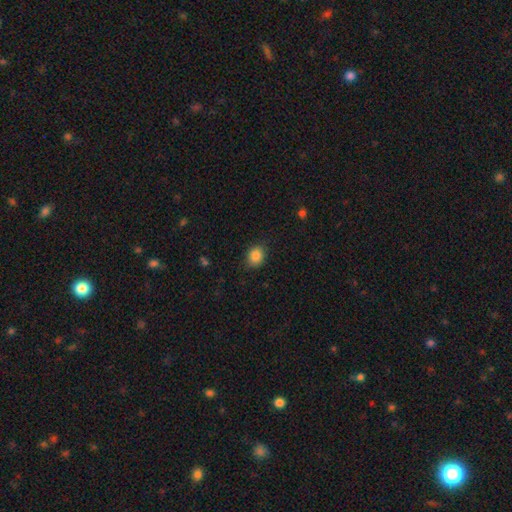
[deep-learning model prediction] smooth_or_featured: smooth (p=0.85) [alt: star or artifact p=0.10]
how_rounded: round (p=0.58) [alt: in between p=0.41]
merging: none (p=0.84) [alt: minor disturbance p=0.12]